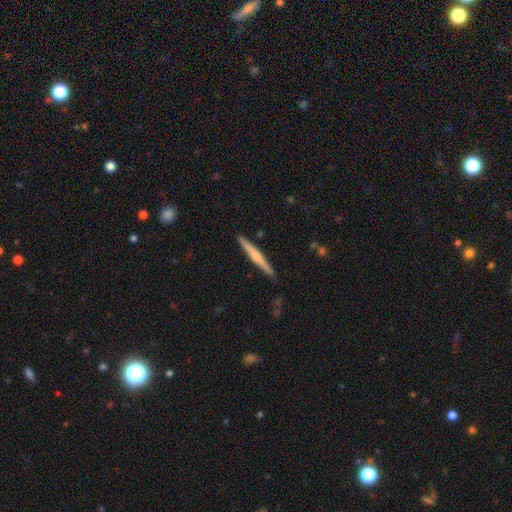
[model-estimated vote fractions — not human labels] Overall: featured or disk (54%; smooth 41%). Edge-on disk: yes (98%). Edge-on bulge: rounded (65%; none 27%). Merging: none (90%).